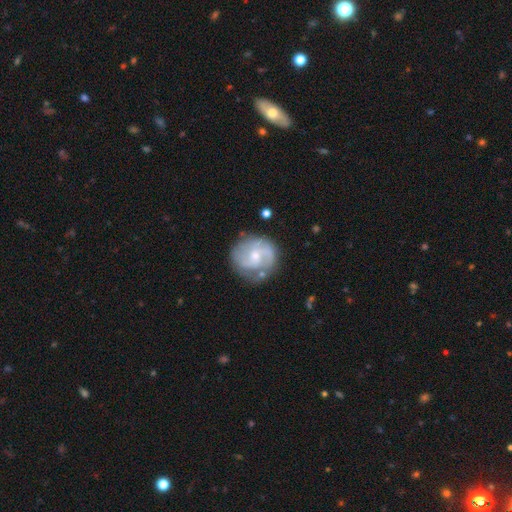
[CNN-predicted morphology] Q: Smooth or featured?
A: featured or disk (77%); runner-up: smooth (18%)
Q: Edge-on disk?
A: no (98%); runner-up: yes (2%)
Q: Bar?
A: no (57%); runner-up: weak (36%)
Q: Spiral arms?
A: yes (91%); runner-up: no (9%)
Q: Spiral winding?
A: medium (47%); runner-up: tight (35%)
Q: Spiral arm count?
A: 2 (66%); runner-up: can't tell (15%)
Q: Bulge size?
A: small (62%); runner-up: moderate (34%)
Q: Merging?
A: none (72%); runner-up: minor disturbance (18%)